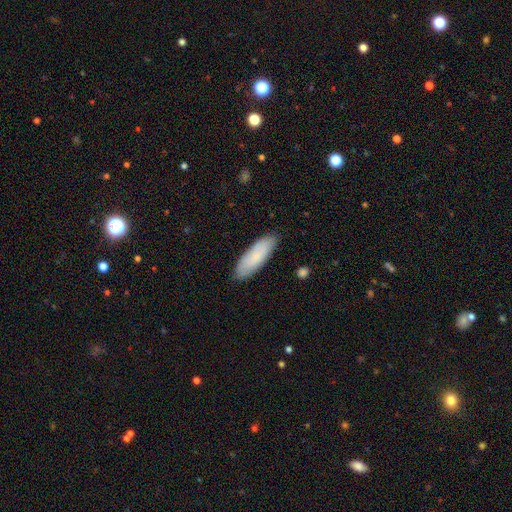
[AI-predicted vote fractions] A smooth galaxy with no disk features (83%) that is in between round and cigar-shaped (55%). Merging: none (87%).